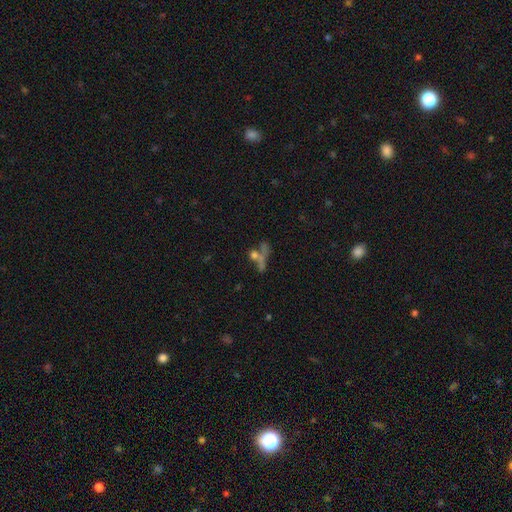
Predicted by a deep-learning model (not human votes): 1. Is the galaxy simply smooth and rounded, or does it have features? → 44% smooth, 29% featured or disk, 27% star or artifact.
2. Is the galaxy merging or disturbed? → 39% merger, 37% none, 14% major disturbance, 10% minor disturbance.